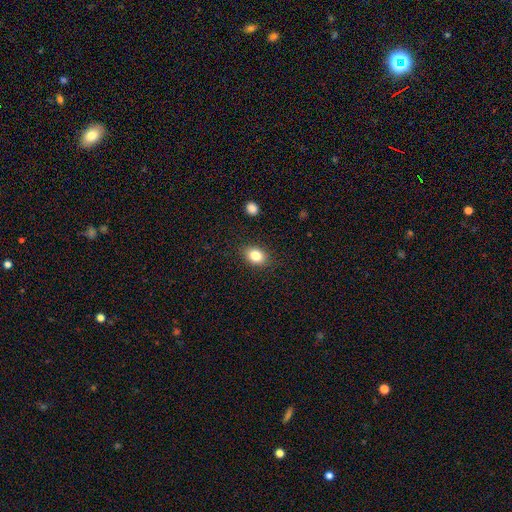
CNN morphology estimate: smooth-or-featured: smooth: 83% | star or artifact: 9% | featured or disk: 8%
  how-rounded: in between: 68% | round: 31% | cigar-shaped: 1%
  merging: none: 87% | minor disturbance: 9% | major disturbance: 3% | merger: 1%